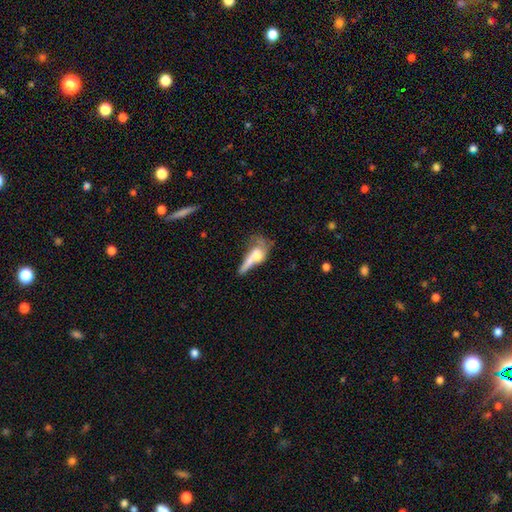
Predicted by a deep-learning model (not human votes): Q: Smooth or featured?
A: smooth (51%); runner-up: featured or disk (39%)
Q: How rounded?
A: in between (54%); runner-up: cigar-shaped (30%)
Q: Merging?
A: merger (34%); runner-up: major disturbance (33%)